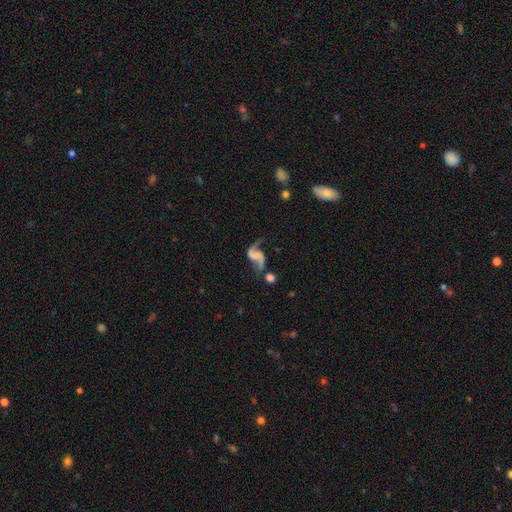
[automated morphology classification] smooth_or_featured: featured or disk (p=0.84) [alt: smooth p=0.08]
disk_edge_on: no (p=0.98) [alt: yes p=0.02]
bar: no (p=0.50) [alt: weak p=0.33]
has_spiral_arms: yes (p=0.95) [alt: no p=0.05]
spiral_winding: loose (p=0.82) [alt: medium p=0.15]
spiral_arm_count: 2 (p=0.91) [alt: 1 p=0.05]
bulge_size: none (p=0.70) [alt: small p=0.15]
merging: none (p=0.57) [alt: minor disturbance p=0.17]